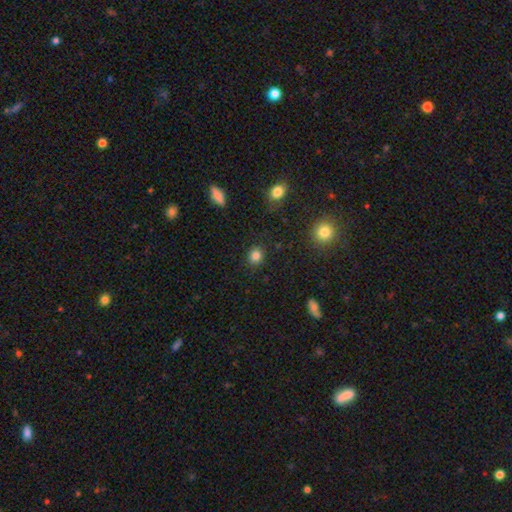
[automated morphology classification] Smooth or featured?
  - smooth: 83% *
  - star or artifact: 12%
  - featured or disk: 5%
How rounded?
  - round: 76% *
  - in between: 23%
  - cigar-shaped: 1%
Merging?
  - none: 88% *
  - minor disturbance: 8%
  - major disturbance: 2%
  - merger: 2%